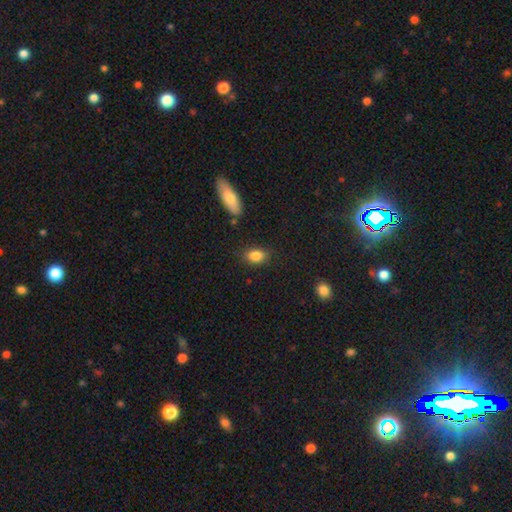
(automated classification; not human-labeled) This is clearly a smooth galaxy (85%). How rounded: clearly in between (81%). Merging: clearly none (82%).